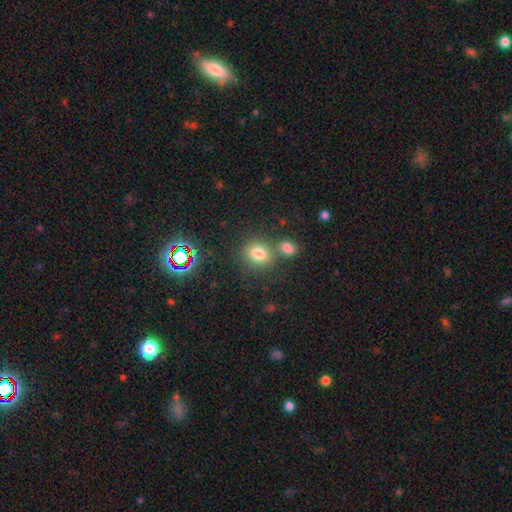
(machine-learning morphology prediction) Smooth or featured: smooth — 68% (star or artifact — 24%)
How rounded: round — 71% (in between — 28%)
Merging: none — 63% (merger — 25%)